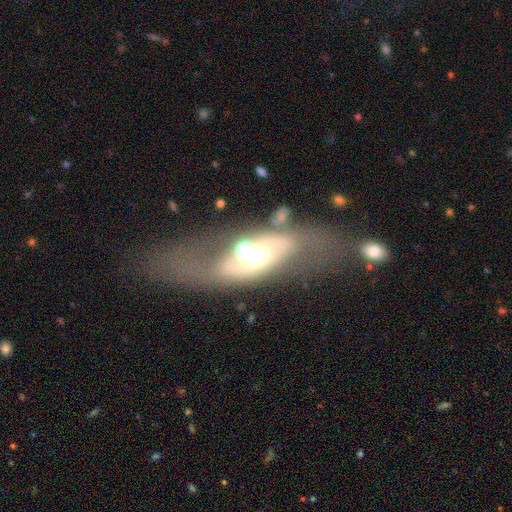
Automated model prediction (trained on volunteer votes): Smooth or featured? Predicted: featured or disk (p=0.67). Edge-on disk? Predicted: no (p=0.81). Bar? Predicted: no (p=0.60). Spiral arms? Predicted: no (p=0.53). Bulge size? Predicted: moderate (p=0.61). Merging? Predicted: none (p=0.44).